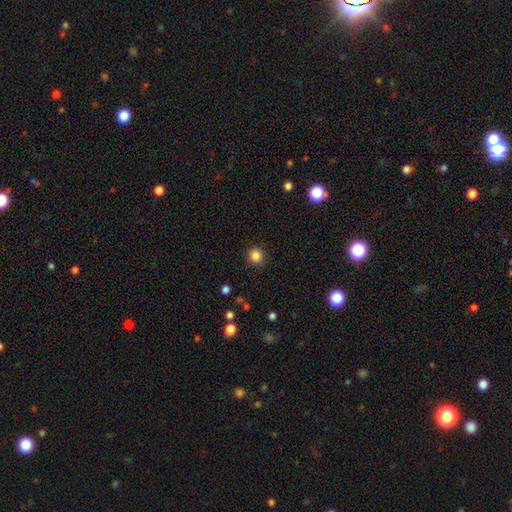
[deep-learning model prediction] A smooth galaxy with no disk features (85%) that is round (91%). Merging: none (90%).